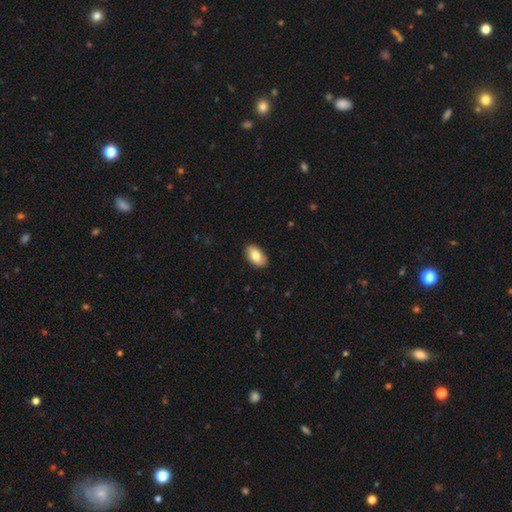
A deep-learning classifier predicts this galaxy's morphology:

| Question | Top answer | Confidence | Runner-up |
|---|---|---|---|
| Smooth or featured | smooth | 80% | featured or disk (14%) |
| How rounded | in between | 94% | round (5%) |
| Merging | none | 89% | minor disturbance (8%) |